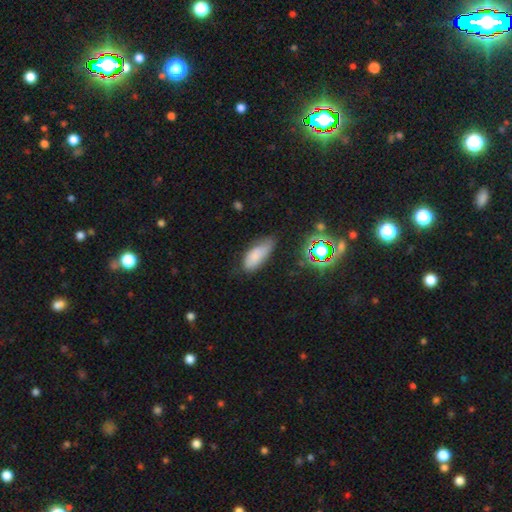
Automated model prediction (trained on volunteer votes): Overall: smooth (76%). How rounded: in between (81%). Merging: none (52%; minor disturbance 35%).